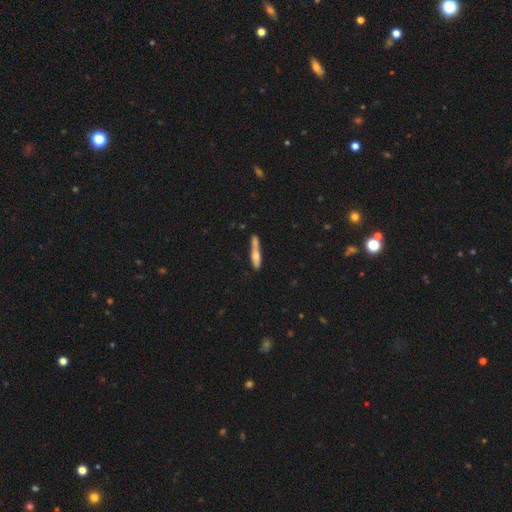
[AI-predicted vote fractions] This appears to be a smooth galaxy with no disk features (52%) that is cigar-shaped (82%). Merging: none (52%).